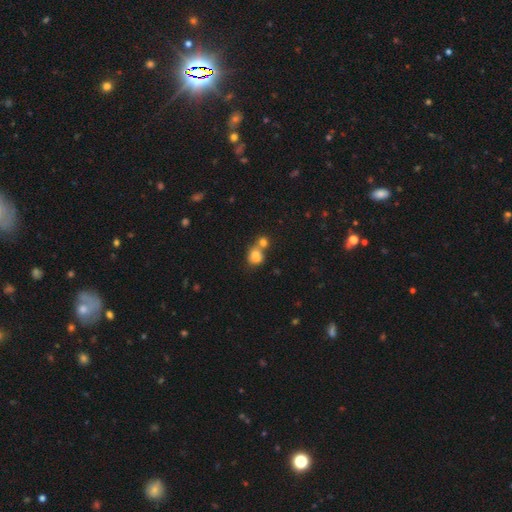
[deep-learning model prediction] smooth 77%, featured or disk 12%, star or artifact 12%. Down the decision tree: how rounded — round (57%); merging — merger (55%).